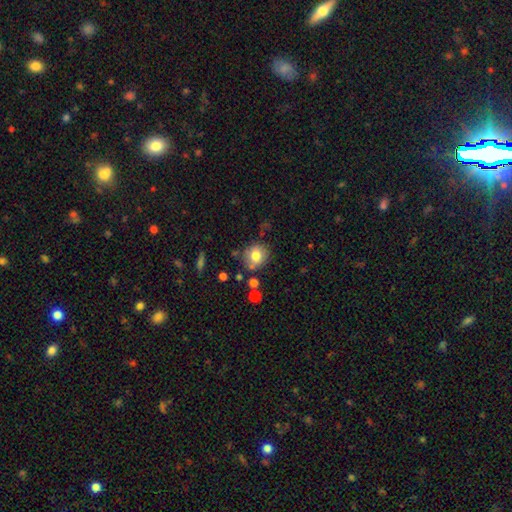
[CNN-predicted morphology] This is likely a smooth galaxy (77%). How rounded: likely round (74%). Merging: likely none (73%).